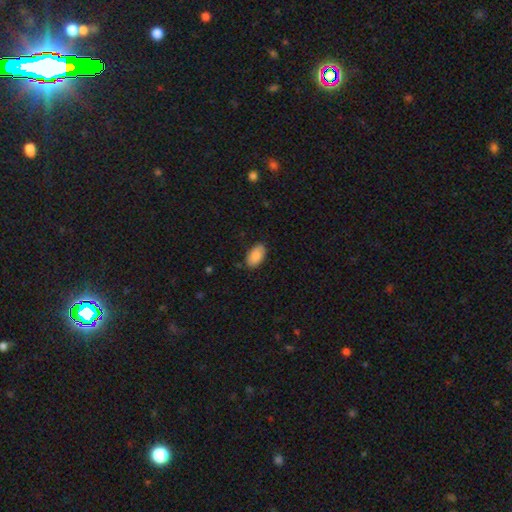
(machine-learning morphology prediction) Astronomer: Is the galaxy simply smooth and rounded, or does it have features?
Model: smooth — 87%.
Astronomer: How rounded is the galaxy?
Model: in between — 95%.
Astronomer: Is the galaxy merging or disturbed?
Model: none — 84%.